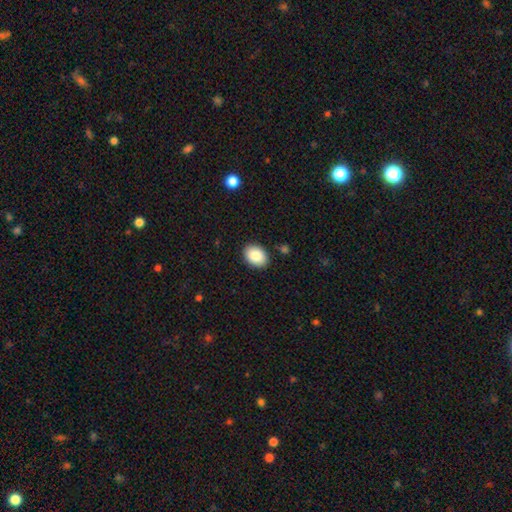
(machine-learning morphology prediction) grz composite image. It shows a smooth galaxy with no disk features (88%) that is in between round and cigar-shaped (76%). Merging: none (89%).